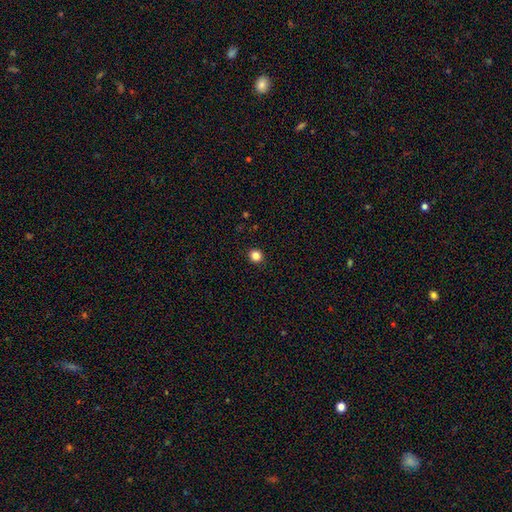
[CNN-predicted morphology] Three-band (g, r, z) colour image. It shows a smooth galaxy with no disk features (84%) that is round (90%). Merging: none (93%).